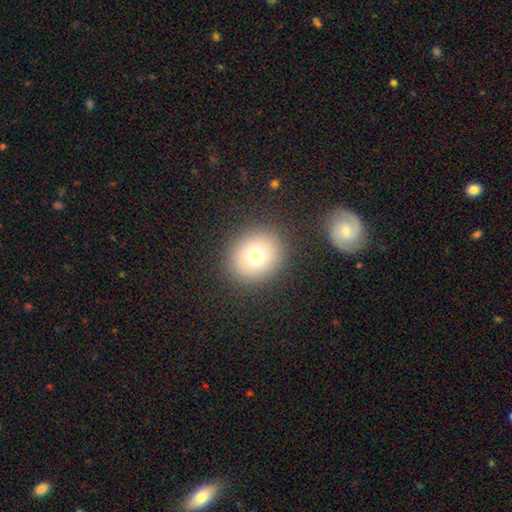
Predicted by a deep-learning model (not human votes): Smooth or featured? Predicted: smooth (p=0.74). How rounded? Predicted: round (p=0.78). Merging? Predicted: none (p=0.88).